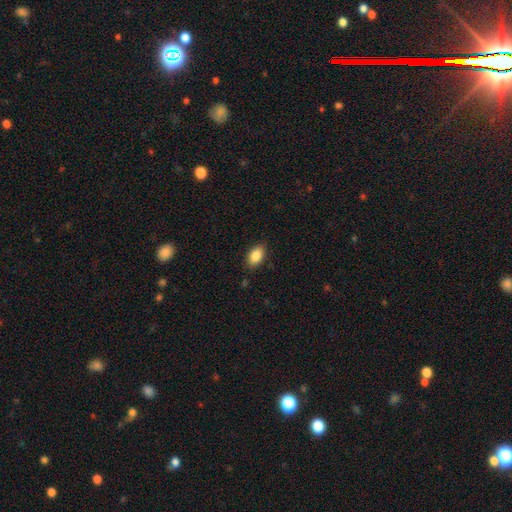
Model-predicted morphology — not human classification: This is clearly a smooth galaxy (86%). How rounded: clearly in between (91%). Merging: clearly none (86%).